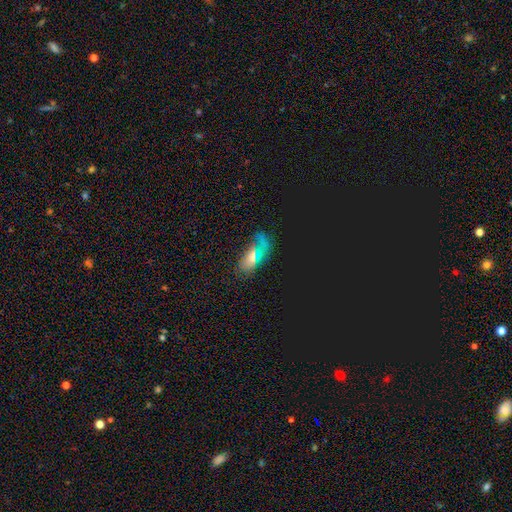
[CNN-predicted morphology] This appears to be a star or artifact, not a galaxy (36%).